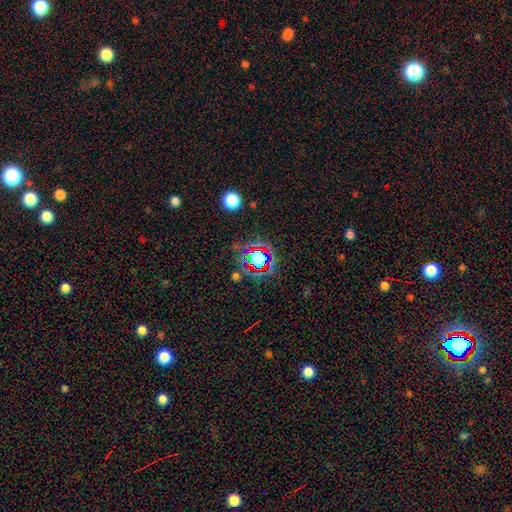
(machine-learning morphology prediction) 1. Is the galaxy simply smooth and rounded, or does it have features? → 65% star or artifact, 24% smooth, 11% featured or disk.